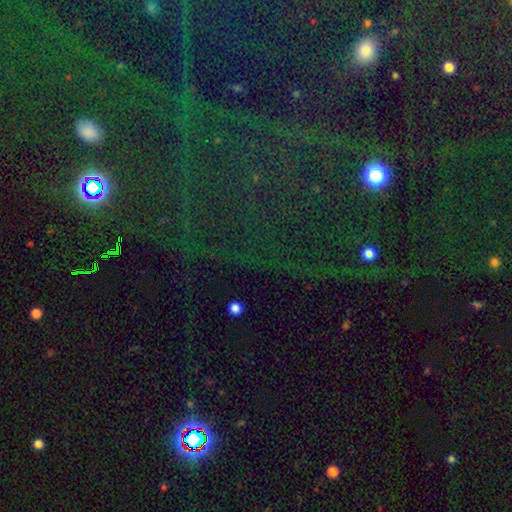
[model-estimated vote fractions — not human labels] The model was most divided on "smooth or featured": star or artifact: 79%, smooth: 13%, featured or disk: 8%.